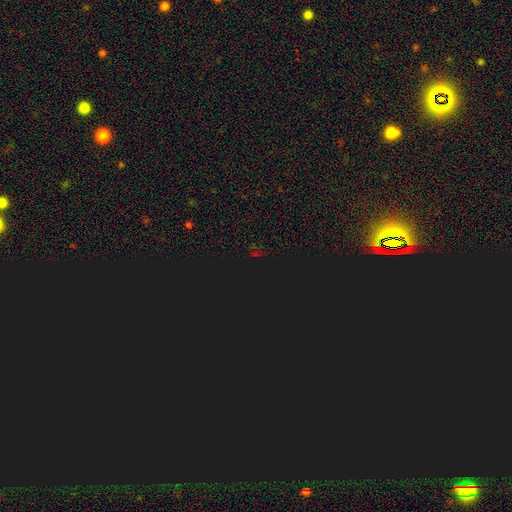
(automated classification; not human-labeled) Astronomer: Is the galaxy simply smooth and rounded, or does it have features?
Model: star or artifact — 78%.